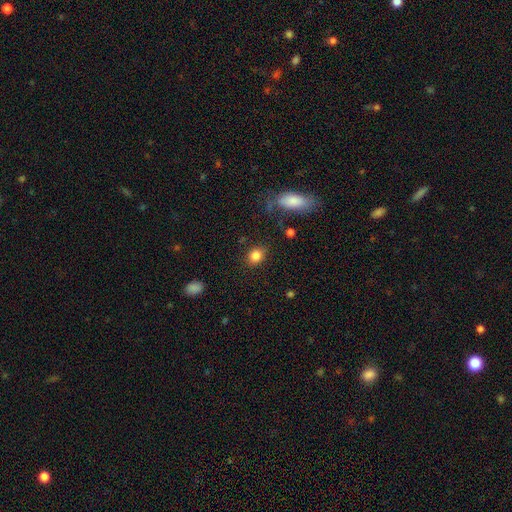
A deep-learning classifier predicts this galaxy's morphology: This is clearly a smooth galaxy (84%). How rounded: possibly round (59%). Merging: clearly none (84%).